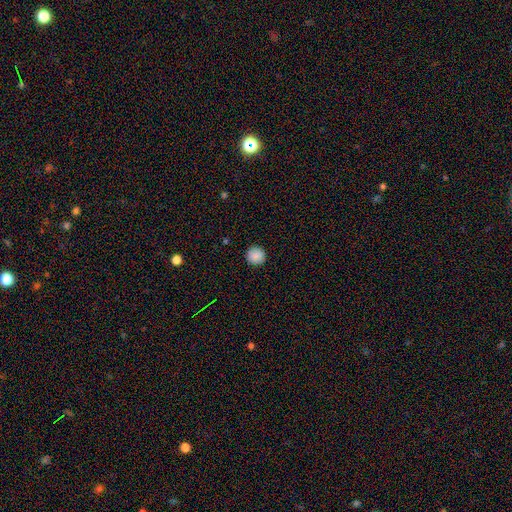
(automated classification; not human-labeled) Smooth or featured: smooth — 87% (star or artifact — 8%)
How rounded: round — 95% (in between — 4%)
Merging: none — 91% (minor disturbance — 6%)